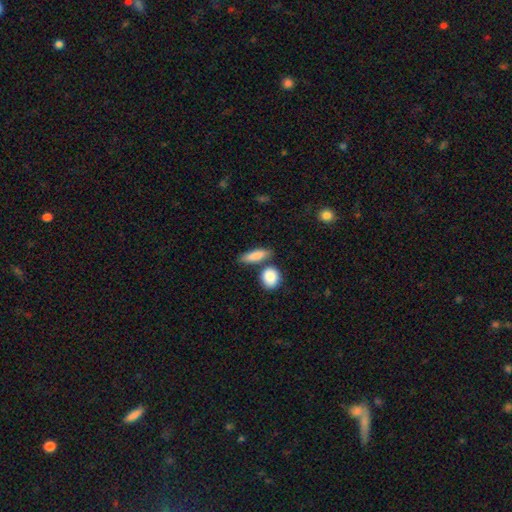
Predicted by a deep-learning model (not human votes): Smooth or featured: smooth — 85% (featured or disk — 9%)
How rounded: in between — 55% (cigar-shaped — 37%)
Merging: none — 64% (merger — 19%)